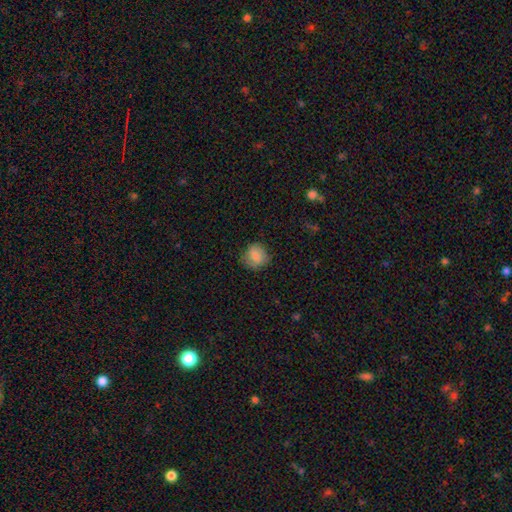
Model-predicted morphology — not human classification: smooth_or_featured: smooth (p=0.79) [alt: featured or disk p=0.13]
how_rounded: round (p=0.86) [alt: in between p=0.13]
merging: none (p=0.75) [alt: minor disturbance p=0.20]